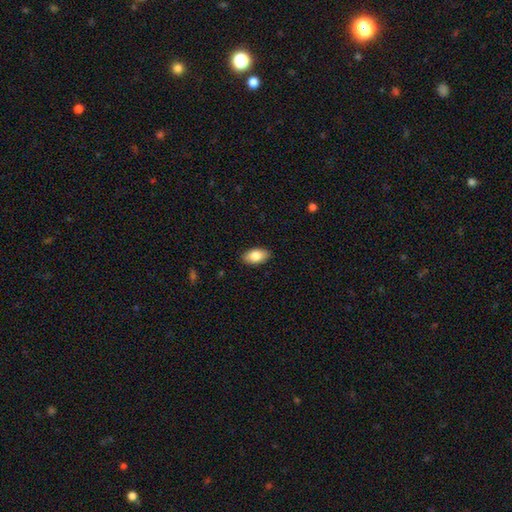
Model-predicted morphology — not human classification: Smooth or featured: smooth — 84% (featured or disk — 9%)
How rounded: in between — 94% (round — 4%)
Merging: none — 89% (minor disturbance — 8%)